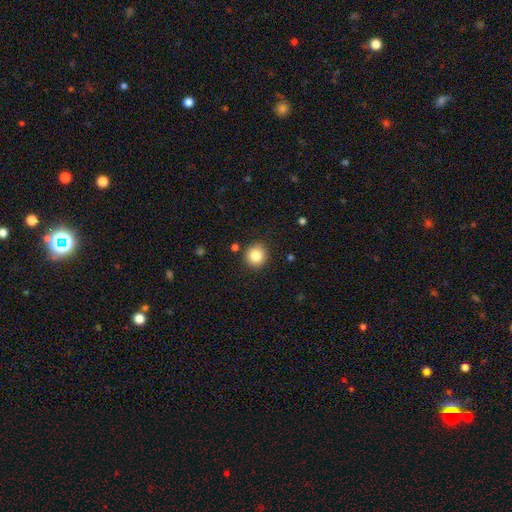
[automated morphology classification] Smooth or featured?
  - smooth: 84% *
  - star or artifact: 10%
  - featured or disk: 6%
How rounded?
  - round: 91% *
  - in between: 8%
  - cigar-shaped: 1%
Merging?
  - none: 88% *
  - minor disturbance: 7%
  - merger: 2%
  - major disturbance: 2%